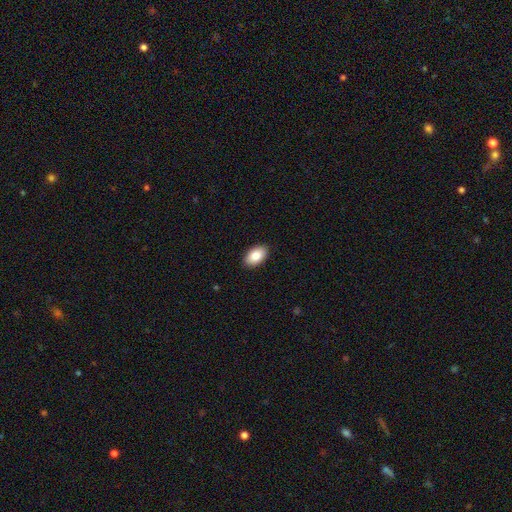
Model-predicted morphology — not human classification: smooth_or_featured: smooth (p=0.86) [alt: featured or disk p=0.07]
how_rounded: in between (p=0.93) [alt: round p=0.05]
merging: none (p=0.90) [alt: minor disturbance p=0.08]